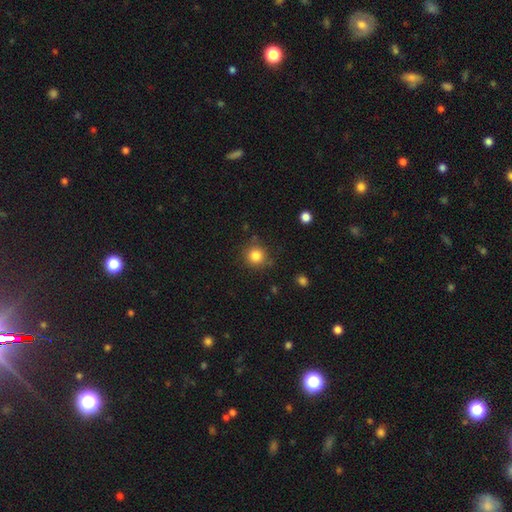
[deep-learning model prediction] The model was most divided on "smooth or featured": smooth: 83%, star or artifact: 11%, featured or disk: 6%. More confident: how rounded — round (93%); merging — none (83%).